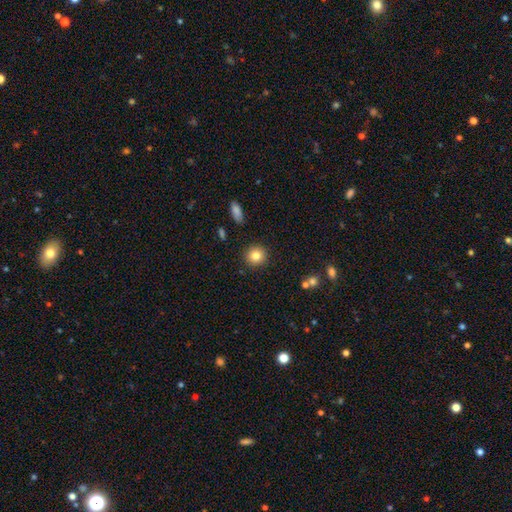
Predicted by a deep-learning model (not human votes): smooth_or_featured: smooth (p=0.82) [alt: star or artifact p=0.10]
how_rounded: round (p=0.91) [alt: in between p=0.08]
merging: none (p=0.91) [alt: minor disturbance p=0.06]